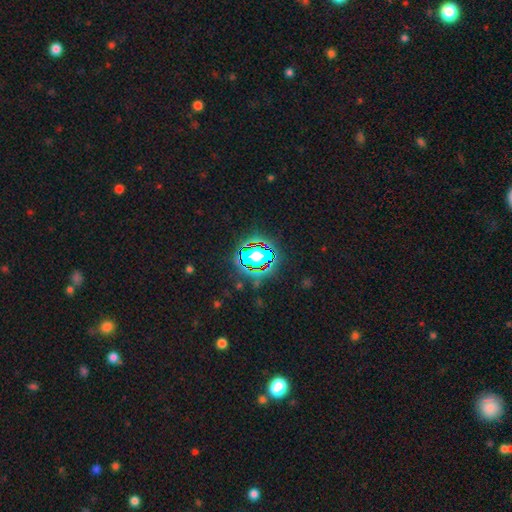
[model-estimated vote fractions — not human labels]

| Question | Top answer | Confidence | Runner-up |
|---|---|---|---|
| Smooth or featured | star or artifact | 60% | smooth (26%) |